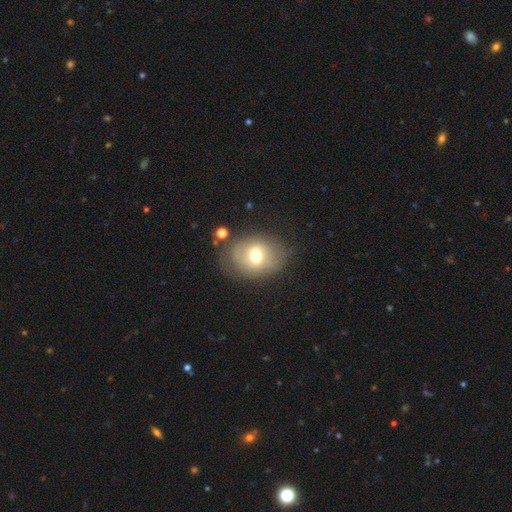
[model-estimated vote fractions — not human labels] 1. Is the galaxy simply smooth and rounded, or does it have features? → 58% smooth, 32% featured or disk, 9% star or artifact.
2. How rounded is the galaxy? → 55% in between, 44% round, 1% cigar-shaped.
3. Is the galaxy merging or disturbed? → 67% none, 20% minor disturbance, 9% major disturbance, 4% merger.